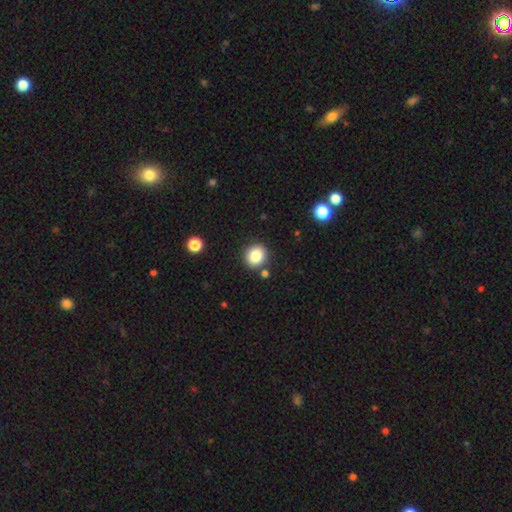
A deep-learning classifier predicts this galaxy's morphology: smooth 83%, star or artifact 11%, featured or disk 6%. Down the decision tree: how rounded — round (85%); merging — none (86%).